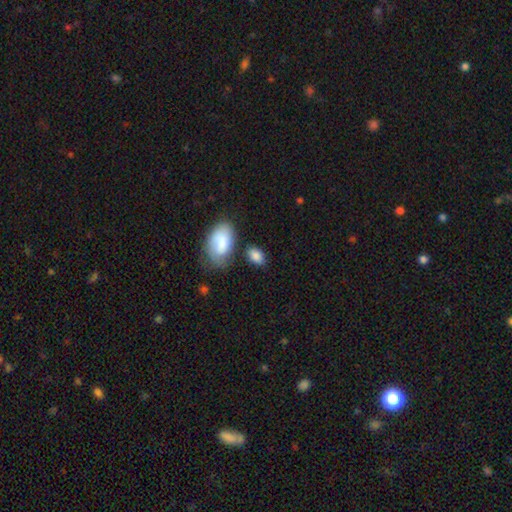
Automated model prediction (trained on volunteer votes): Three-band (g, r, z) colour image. It shows a smooth galaxy with no disk features (85%) that is in between round and cigar-shaped (89%). Merging: none (67%).